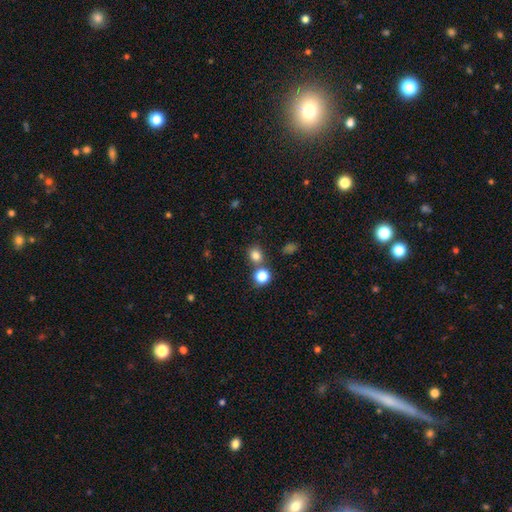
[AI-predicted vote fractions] This appears to be a smooth galaxy with no disk features (79%) that is round (70%). Merging: none (68%).